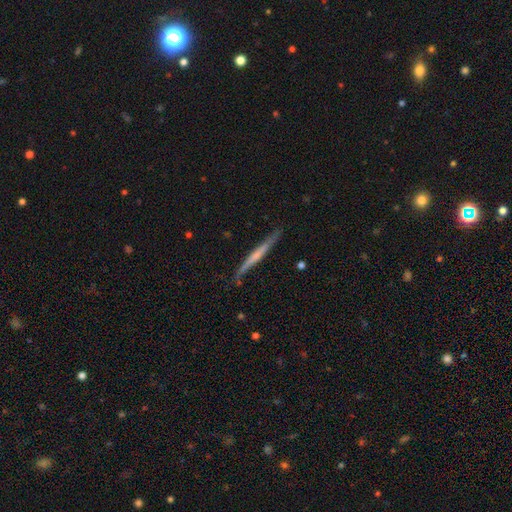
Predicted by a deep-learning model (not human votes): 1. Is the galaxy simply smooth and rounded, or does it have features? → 57% featured or disk, 38% smooth, 5% star or artifact.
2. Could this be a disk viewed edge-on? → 95% yes, 5% no.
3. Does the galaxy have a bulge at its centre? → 64% none, 23% rounded, 13% boxy.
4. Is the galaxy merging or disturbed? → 76% none, 18% minor disturbance, 3% major disturbance, 2% merger.